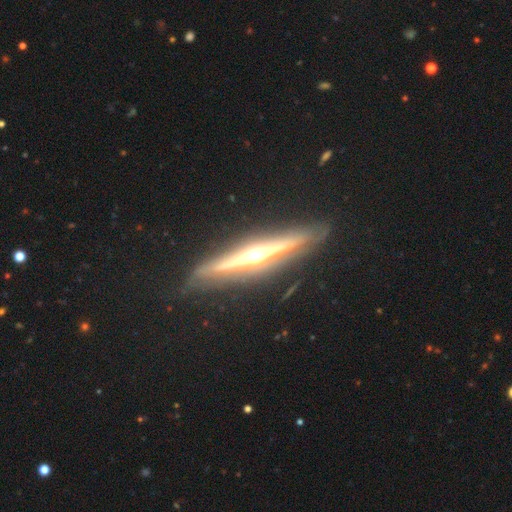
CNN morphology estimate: smooth-or-featured: featured or disk: 85% | smooth: 10% | star or artifact: 5%
  disk-edge-on: yes: 95% | no: 5%
    edge-on-bulge: rounded: 92% | boxy: 5% | none: 3%
  merging: none: 84% | minor disturbance: 11% | major disturbance: 3% | merger: 2%